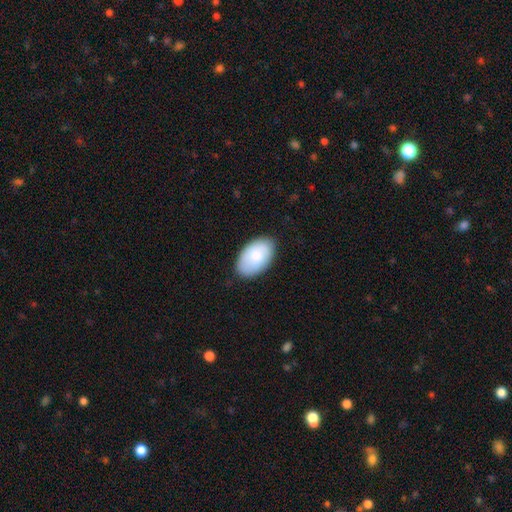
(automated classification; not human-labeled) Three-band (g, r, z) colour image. It shows a smooth galaxy with no disk features (80%) that is in between round and cigar-shaped (93%). Merging: none (84%).